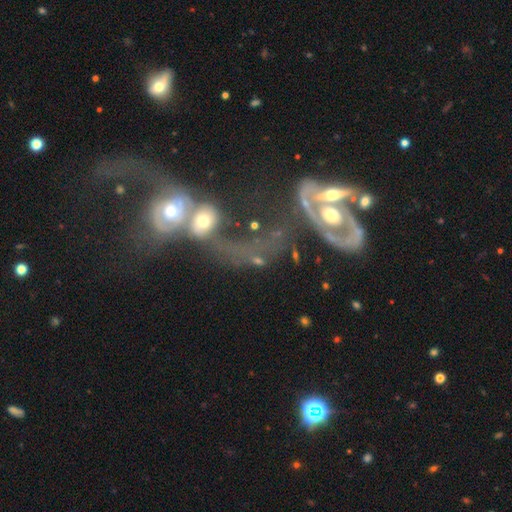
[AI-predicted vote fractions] featured or disk 64%, smooth 25%, star or artifact 11%. Down the decision tree: edge-on disk — no (92%); bar — no (66%); spiral arms — yes (61%); bulge size — moderate (59%); merging — merger (76%).